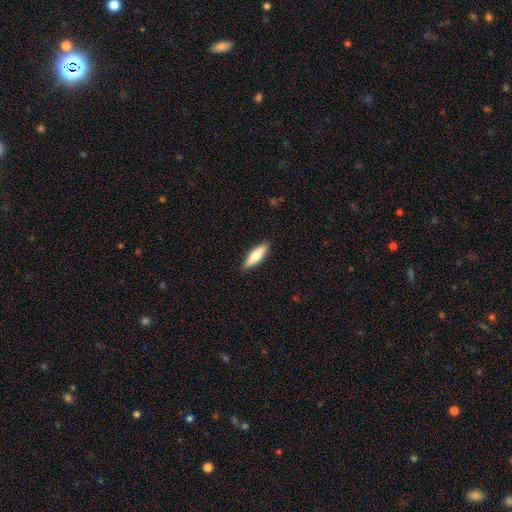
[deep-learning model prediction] The model was most divided on "how rounded": cigar-shaped: 63%, in between: 36%, round: 2%. More confident: merging — none (90%); smooth or featured — smooth (66%).